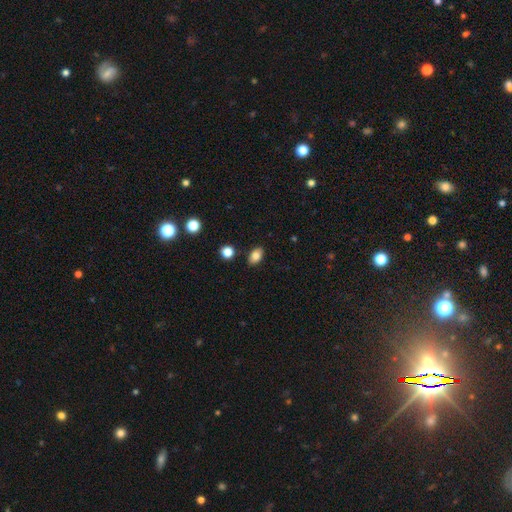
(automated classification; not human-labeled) Smooth or featured? smooth (83%)
How rounded? in between (87%)
Merging? none (87%)